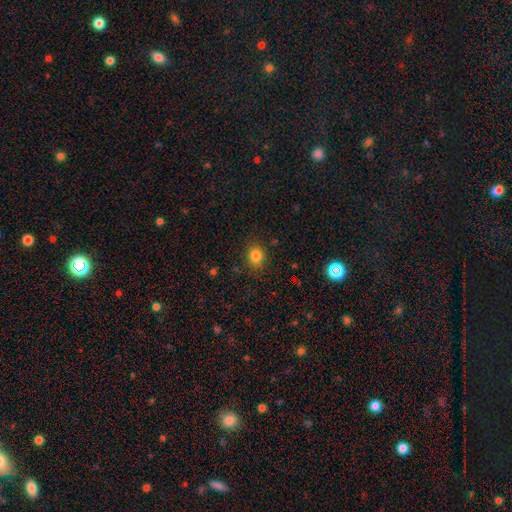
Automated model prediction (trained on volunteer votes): Morphology: type=smooth (82%); roundness=round (62%); merging=none (85%).